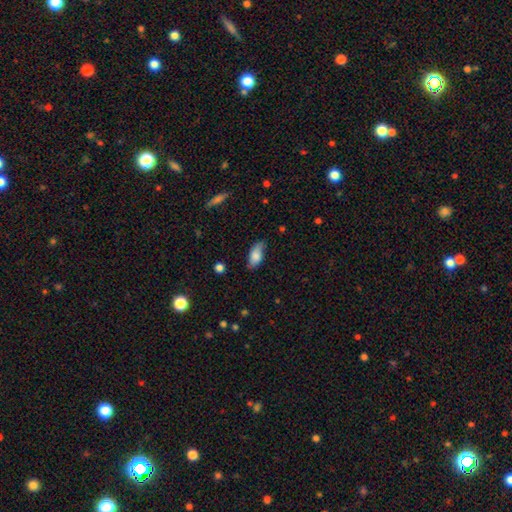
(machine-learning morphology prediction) Smooth or featured?
  - smooth: 77% *
  - featured or disk: 16%
  - star or artifact: 7%
How rounded?
  - in between: 88% *
  - cigar-shaped: 9%
  - round: 3%
Merging?
  - none: 69% *
  - minor disturbance: 24%
  - major disturbance: 5%
  - merger: 2%